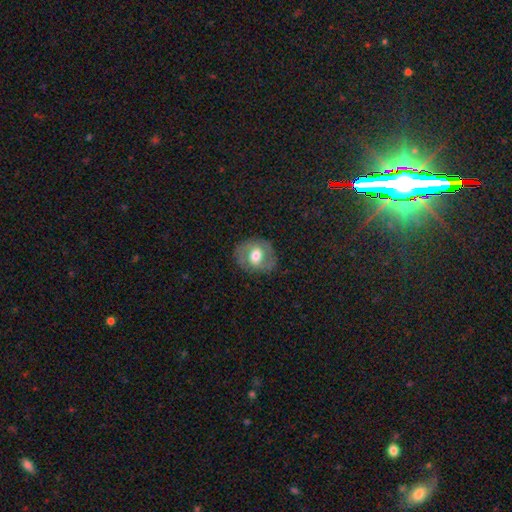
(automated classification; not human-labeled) Smooth or featured: featured or disk — 50% (smooth — 42%)
Edge-on disk: no — 95% (yes — 5%)
Merging: none — 76% (minor disturbance — 16%)